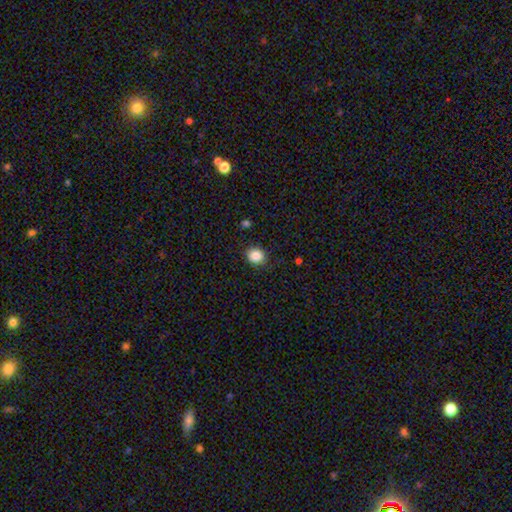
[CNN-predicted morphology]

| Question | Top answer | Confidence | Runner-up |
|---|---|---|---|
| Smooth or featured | smooth | 86% | star or artifact (10%) |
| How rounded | round | 72% | in between (27%) |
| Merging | none | 86% | minor disturbance (10%) |